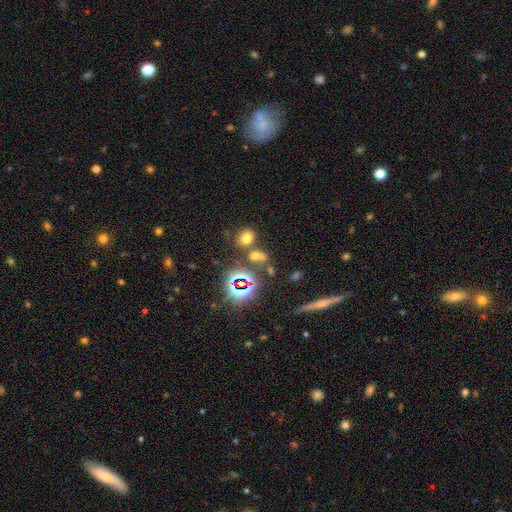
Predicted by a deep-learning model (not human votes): Q: Smooth or featured?
A: smooth (55%); runner-up: star or artifact (35%)
Q: How rounded?
A: in between (51%); runner-up: round (45%)
Q: Merging?
A: none (59%); runner-up: merger (24%)